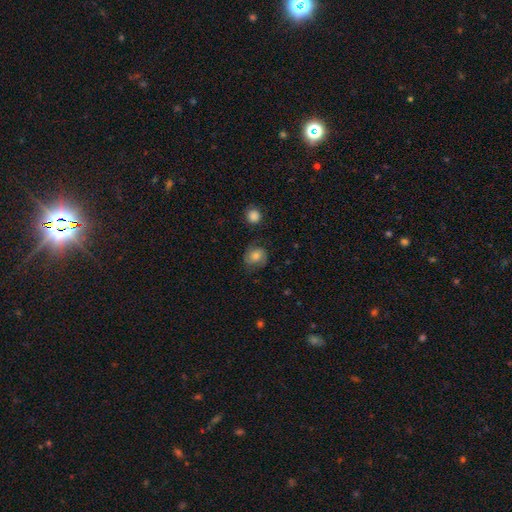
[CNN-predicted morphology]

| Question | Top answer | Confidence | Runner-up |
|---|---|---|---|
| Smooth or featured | smooth | 49% | featured or disk (41%) |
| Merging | none | 70% | minor disturbance (20%) |